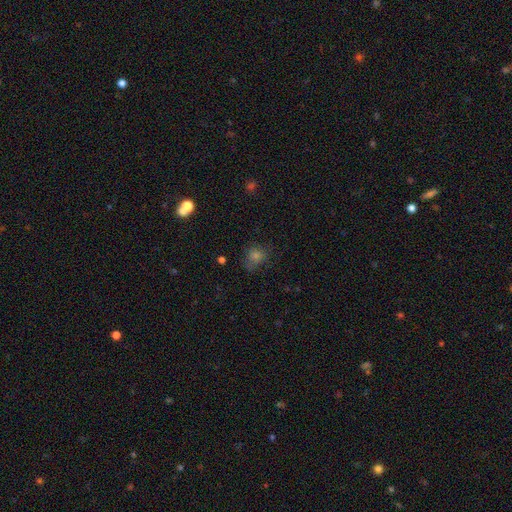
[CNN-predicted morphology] Smooth or featured? smooth (58%)
How rounded? round (72%)
Merging? none (66%)